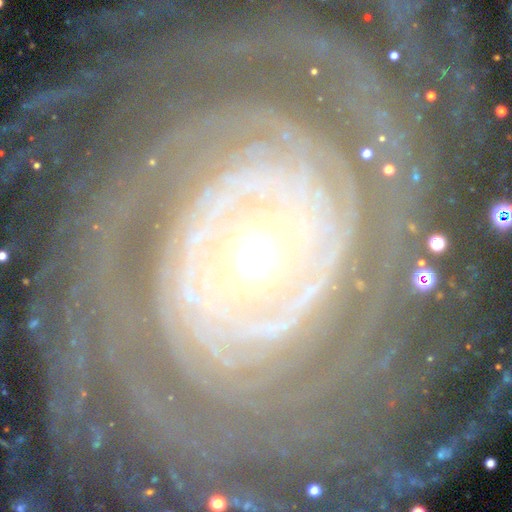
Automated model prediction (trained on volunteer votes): Morphology: type=featured or disk (91%); edge-on=no (97%); bar=no (61%); spiral arms=yes (98%); winding=tight (85%); arm count=more than 4 (34%); bulge=moderate (50%); merging=none (71%).